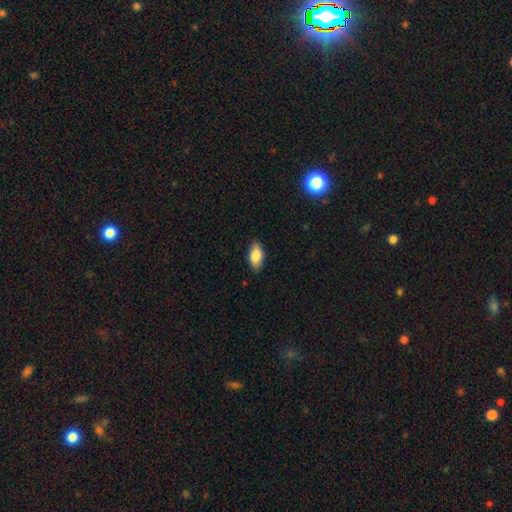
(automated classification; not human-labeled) A smooth galaxy with no disk features (82%) that is in between round and cigar-shaped (91%).

Vote fractions:
- Smooth or featured? smooth: 82% / featured or disk: 11% / star or artifact: 7%
- How rounded? in between: 91% / cigar-shaped: 5% / round: 4%
- Merging? none: 84% / minor disturbance: 12% / major disturbance: 2% / merger: 1%